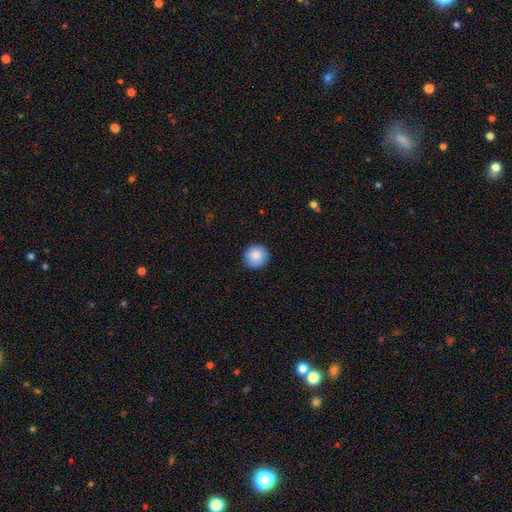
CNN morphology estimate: Smooth or featured: smooth — 85% (star or artifact — 7%)
How rounded: round — 95% (in between — 4%)
Merging: none — 89% (minor disturbance — 8%)